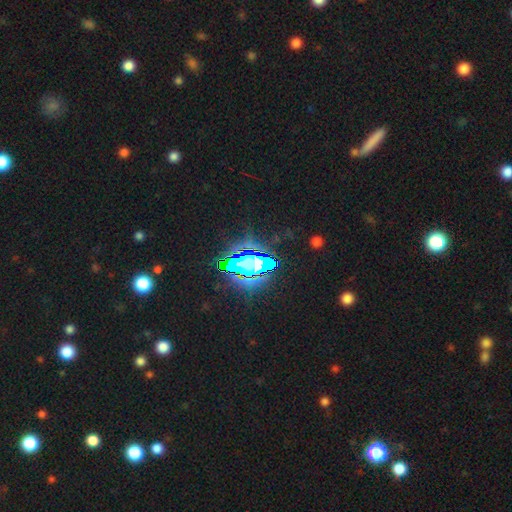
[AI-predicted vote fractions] Morphology: type=star or artifact (81%).